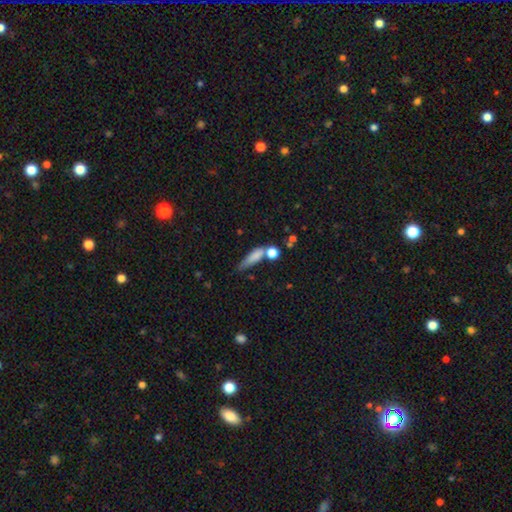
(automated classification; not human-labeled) Smooth or featured? Predicted: smooth (p=0.75). How rounded? Predicted: cigar-shaped (p=0.59). Merging? Predicted: none (p=0.45).